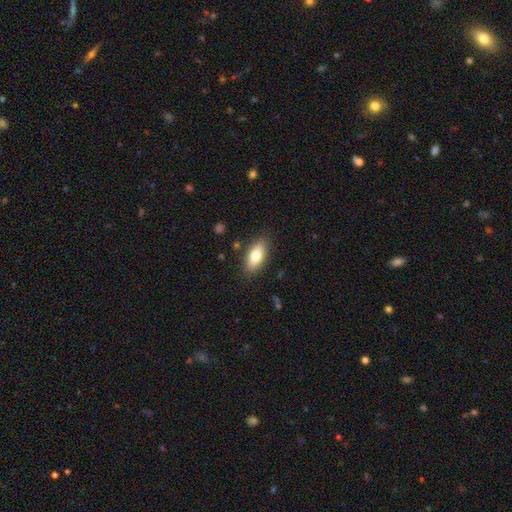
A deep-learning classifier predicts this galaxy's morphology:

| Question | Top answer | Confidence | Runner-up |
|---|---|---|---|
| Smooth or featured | smooth | 76% | featured or disk (18%) |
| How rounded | in between | 82% | cigar-shaped (15%) |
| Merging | none | 85% | minor disturbance (11%) |